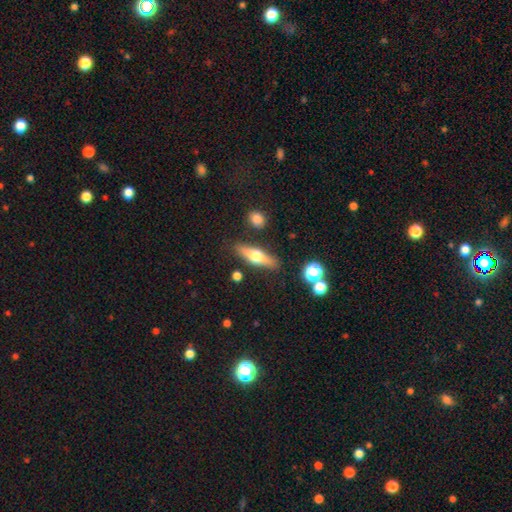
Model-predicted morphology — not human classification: Smooth or featured?
  - featured or disk: 49% *
  - smooth: 44%
  - star or artifact: 7%
Merging?
  - none: 84% *
  - minor disturbance: 10%
  - merger: 3%
  - major disturbance: 3%